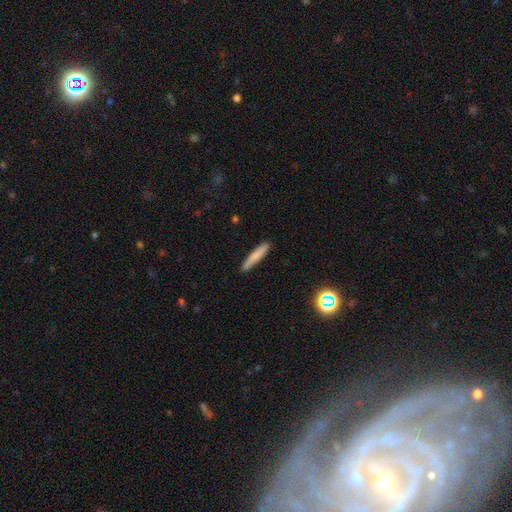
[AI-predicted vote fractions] This is likely a smooth galaxy (77%). How rounded: clearly cigar-shaped (92%). Merging: clearly none (87%).